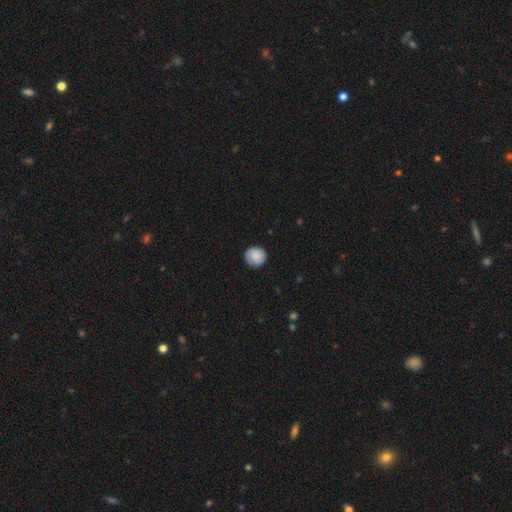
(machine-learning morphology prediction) A smooth galaxy with no disk features (86%) that is round (90%).

Vote fractions:
- Smooth or featured? smooth: 86% / featured or disk: 7% / star or artifact: 7%
- How rounded? round: 90% / in between: 9% / cigar-shaped: 1%
- Merging? none: 84% / minor disturbance: 12% / major disturbance: 2% / merger: 1%